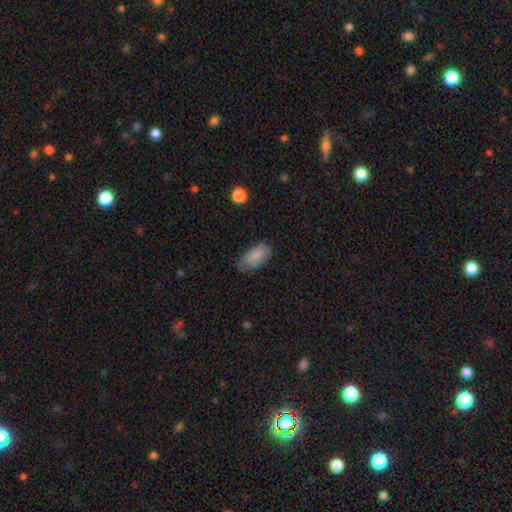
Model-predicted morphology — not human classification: smooth 84%, featured or disk 9%, star or artifact 7%. Down the decision tree: how rounded — in between (93%); merging — none (62%).